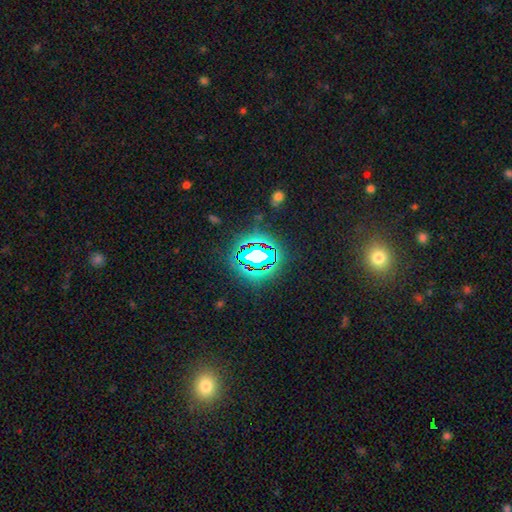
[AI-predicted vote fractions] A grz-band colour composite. It shows a star or artifact, not a galaxy (70%).